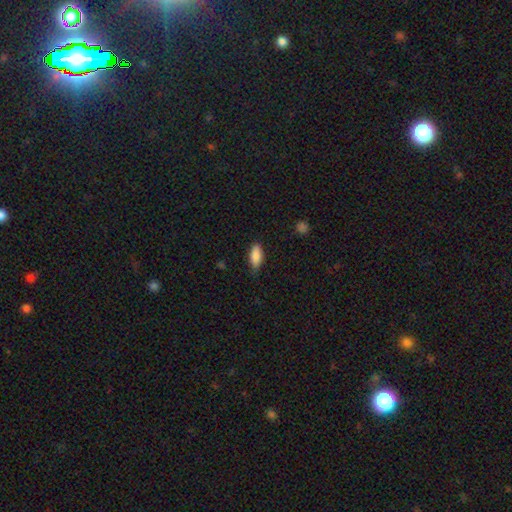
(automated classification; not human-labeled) Smooth or featured? Predicted: smooth (p=0.87). How rounded? Predicted: in between (p=0.83). Merging? Predicted: none (p=0.76).